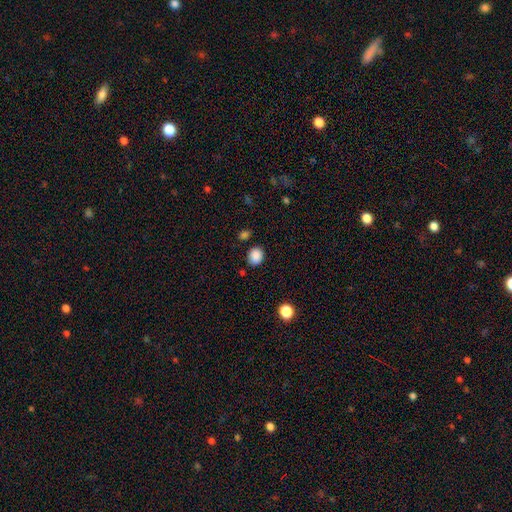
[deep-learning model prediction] smooth 88%, star or artifact 9%, featured or disk 3%. Down the decision tree: how rounded — round (55%); merging — none (82%).